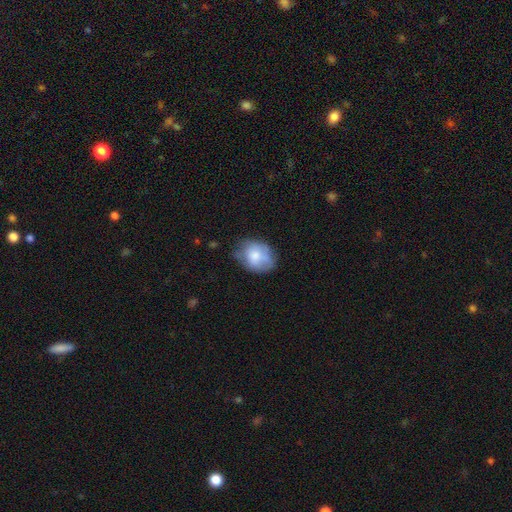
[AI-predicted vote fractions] Overall: smooth (71%). How rounded: in between (60%; round 39%). Merging: none (56%; minor disturbance 31%).